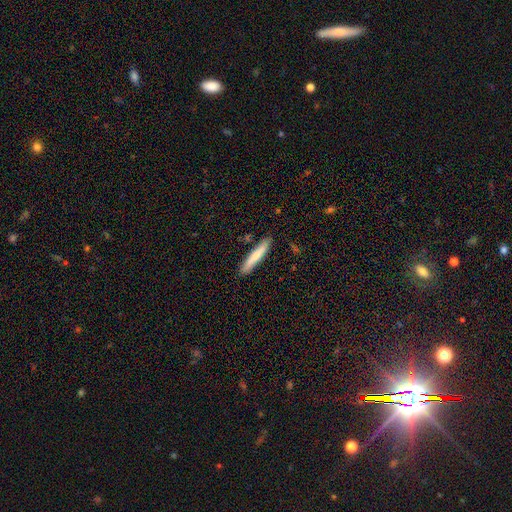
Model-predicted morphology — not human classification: The model was most divided on "smooth or featured": smooth: 69%, featured or disk: 25%, star or artifact: 6%. More confident: how rounded — cigar-shaped (91%); merging — none (87%).